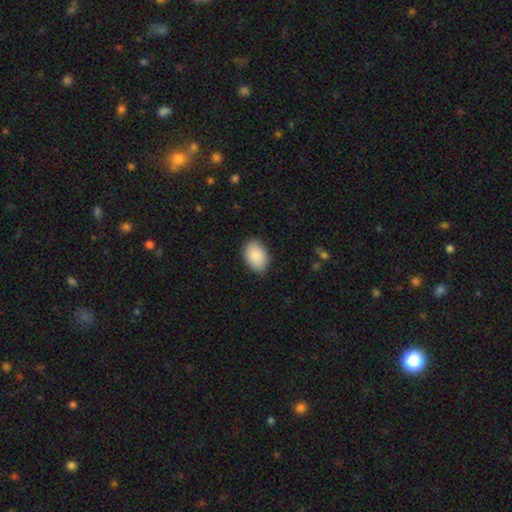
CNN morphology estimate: A smooth galaxy with no disk features (89%) that is in between round and cigar-shaped (87%).

Vote fractions:
- Smooth or featured? smooth: 89% / star or artifact: 6% / featured or disk: 5%
- How rounded? in between: 87% / round: 12% / cigar-shaped: 1%
- Merging? none: 85% / minor disturbance: 12% / major disturbance: 2% / merger: 1%